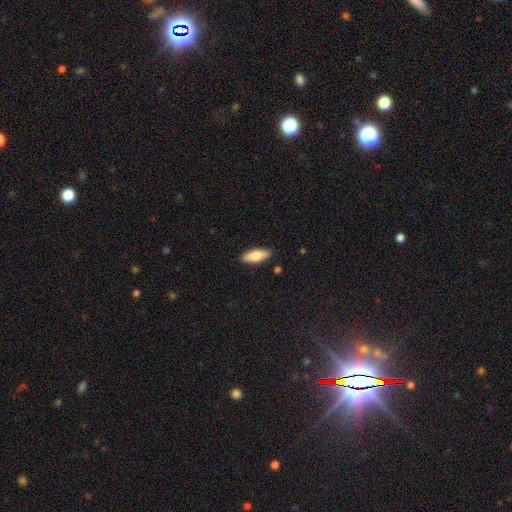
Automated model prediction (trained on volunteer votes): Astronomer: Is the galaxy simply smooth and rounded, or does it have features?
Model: smooth — 78%.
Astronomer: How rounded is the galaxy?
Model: in between — 73%.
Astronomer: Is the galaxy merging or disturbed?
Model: none — 89%.